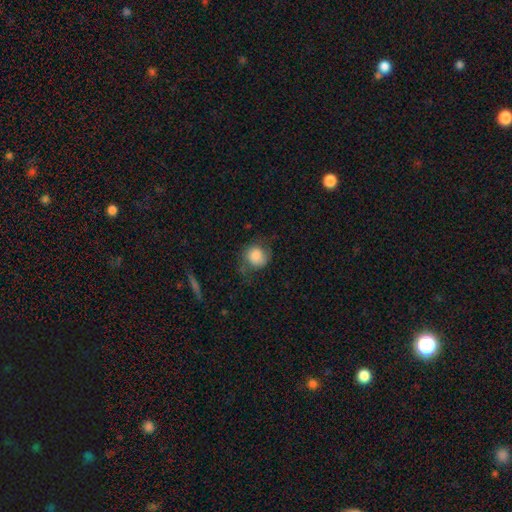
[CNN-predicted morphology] Q: Smooth or featured?
A: smooth (67%); runner-up: featured or disk (25%)
Q: How rounded?
A: round (79%); runner-up: in between (20%)
Q: Merging?
A: none (55%); runner-up: minor disturbance (27%)